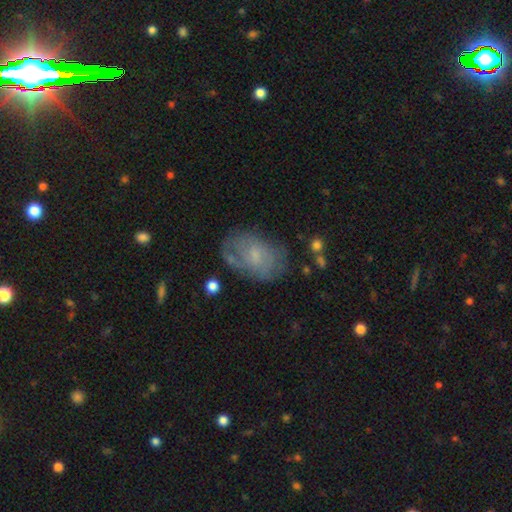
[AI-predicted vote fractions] Morphology: type=featured or disk (50%); merging=none (60%).